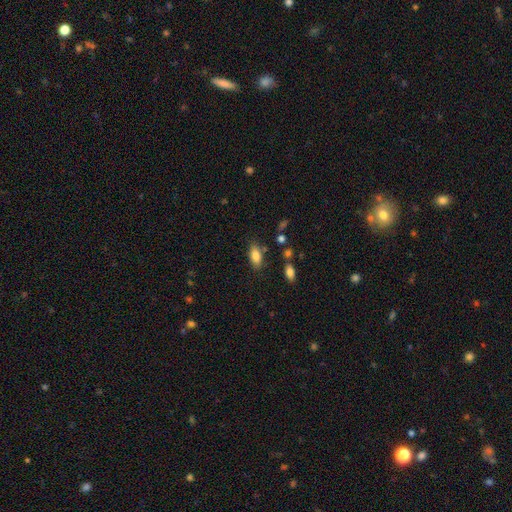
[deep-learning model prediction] smooth 84%, featured or disk 8%, star or artifact 8%. Down the decision tree: how rounded — in between (88%); merging — none (77%).